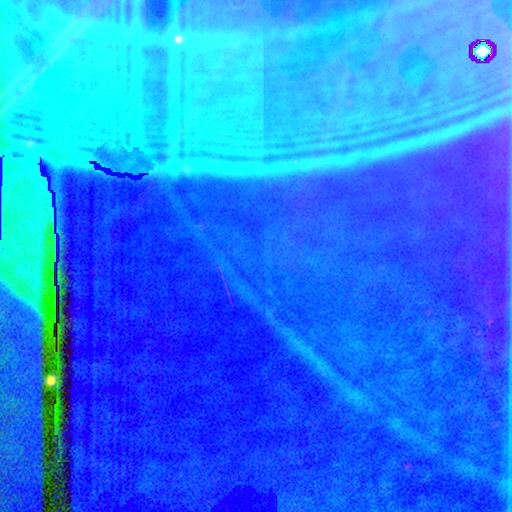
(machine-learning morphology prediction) smooth-or-featured: star or artifact: 83% | featured or disk: 9% | smooth: 7%